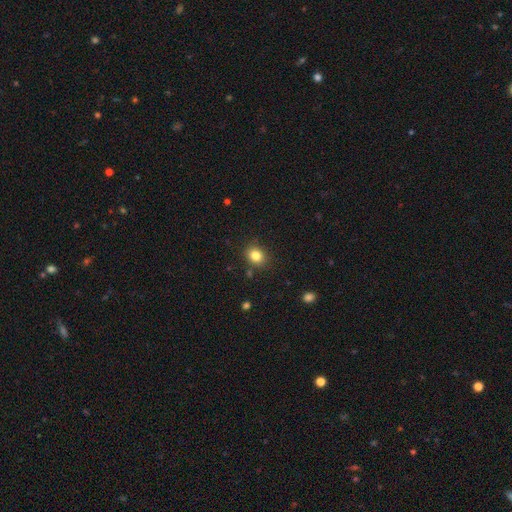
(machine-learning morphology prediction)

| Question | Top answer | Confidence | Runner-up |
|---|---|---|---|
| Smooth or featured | smooth | 83% | star or artifact (11%) |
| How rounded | round | 59% | in between (40%) |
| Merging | none | 84% | minor disturbance (10%) |